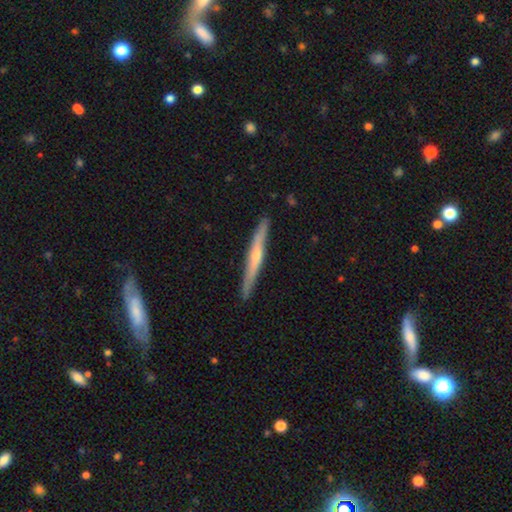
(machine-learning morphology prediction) featured or disk 61%, smooth 33%, star or artifact 5%. Down the decision tree: edge-on disk — yes (96%); edge-on bulge — rounded (67%); merging — none (89%).